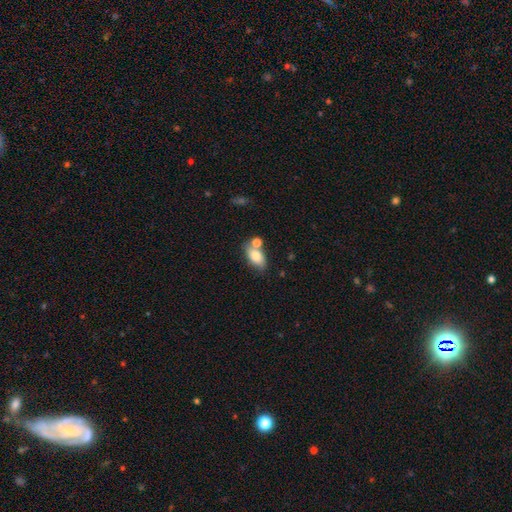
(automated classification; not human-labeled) This appears to be a smooth galaxy with no disk features (79%) that is in between round and cigar-shaped (88%). Merging: none (55%).